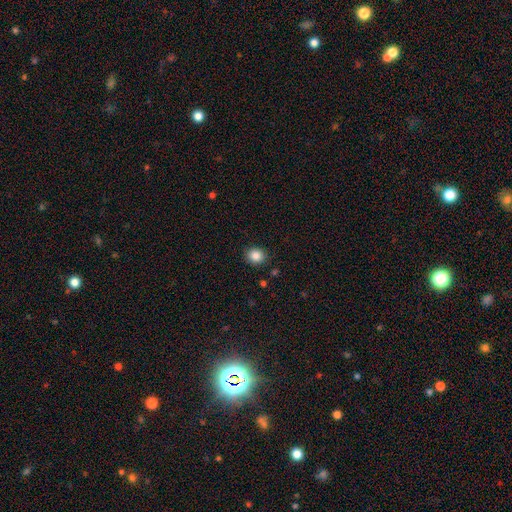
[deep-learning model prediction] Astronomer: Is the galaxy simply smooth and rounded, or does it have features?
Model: smooth — 86%.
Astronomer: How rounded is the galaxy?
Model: round — 73%.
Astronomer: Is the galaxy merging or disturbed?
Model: none — 90%.